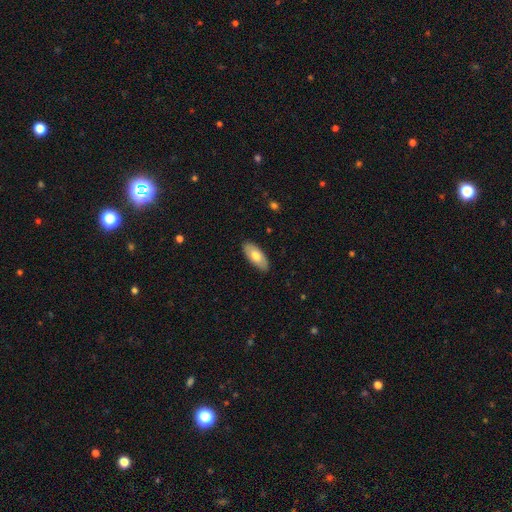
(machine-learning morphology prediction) A smooth galaxy with no disk features (72%) that is in between round and cigar-shaped (89%).

Vote fractions:
- Smooth or featured? smooth: 72% / featured or disk: 23% / star or artifact: 6%
- How rounded? in between: 89% / cigar-shaped: 9% / round: 2%
- Merging? none: 88% / minor disturbance: 9% / major disturbance: 2% / merger: 1%